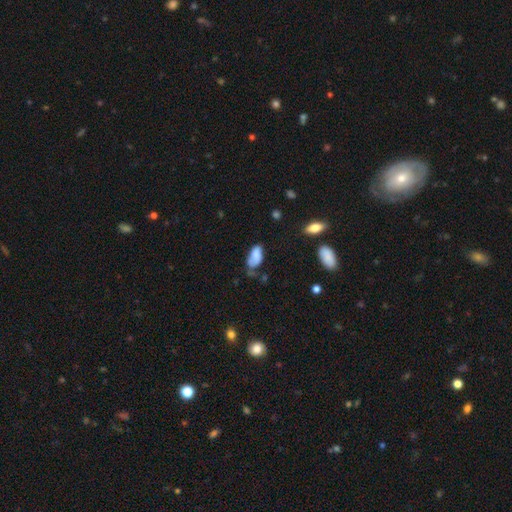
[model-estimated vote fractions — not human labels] Smooth or featured? Predicted: smooth (p=0.74). How rounded? Predicted: in between (p=0.92). Merging? Predicted: minor disturbance (p=0.37).